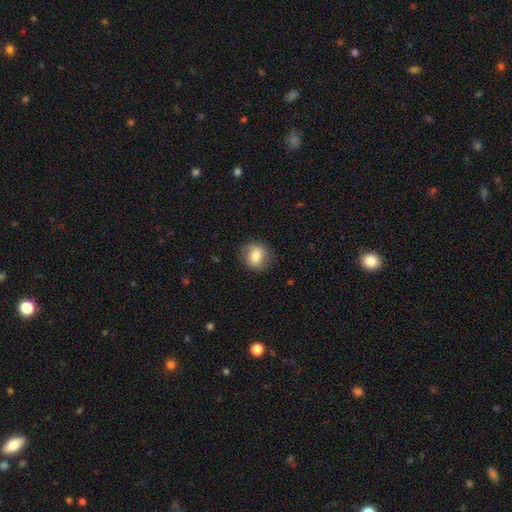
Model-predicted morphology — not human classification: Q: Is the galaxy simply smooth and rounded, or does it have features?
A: smooth — 80%.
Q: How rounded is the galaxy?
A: round — 68%.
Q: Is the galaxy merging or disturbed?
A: none — 81%.